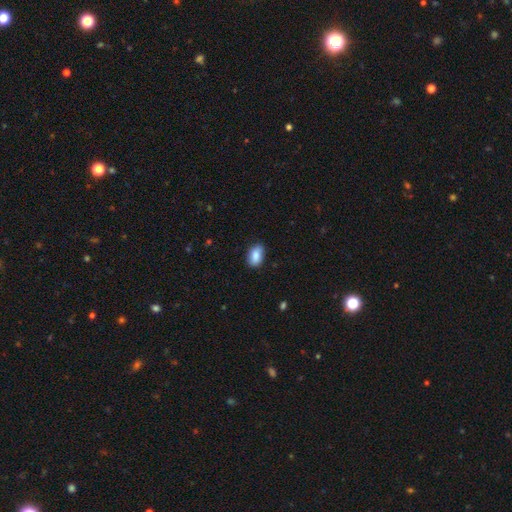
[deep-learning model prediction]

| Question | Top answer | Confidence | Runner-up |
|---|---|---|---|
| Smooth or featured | smooth | 87% | star or artifact (7%) |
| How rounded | in between | 89% | round (9%) |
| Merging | none | 85% | minor disturbance (11%) |